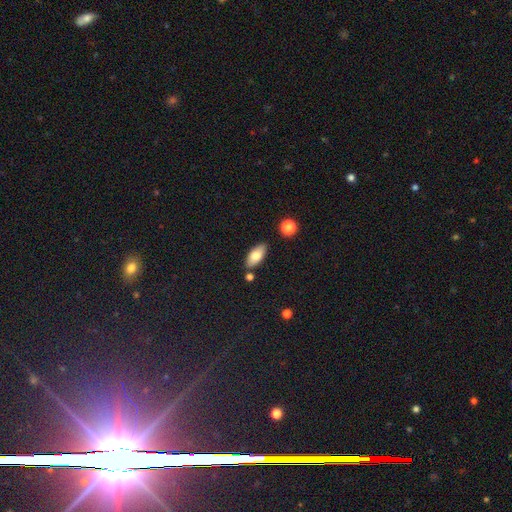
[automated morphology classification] Q: Smooth or featured?
A: smooth (78%); runner-up: featured or disk (15%)
Q: How rounded?
A: in between (88%); runner-up: cigar-shaped (9%)
Q: Merging?
A: none (81%); runner-up: minor disturbance (11%)